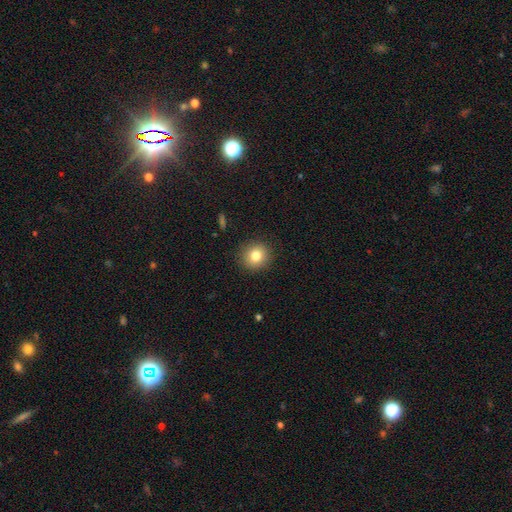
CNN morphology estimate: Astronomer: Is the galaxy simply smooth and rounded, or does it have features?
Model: smooth — 82%.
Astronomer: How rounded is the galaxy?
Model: round — 89%.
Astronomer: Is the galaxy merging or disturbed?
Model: none — 91%.